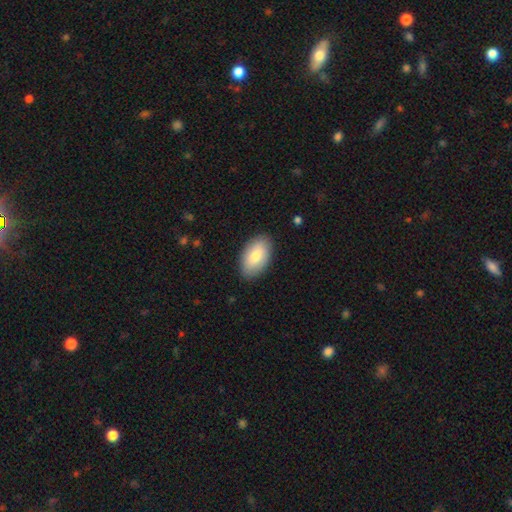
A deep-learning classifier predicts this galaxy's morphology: This is likely a smooth galaxy (78%). How rounded: clearly in between (94%). Merging: clearly none (87%).